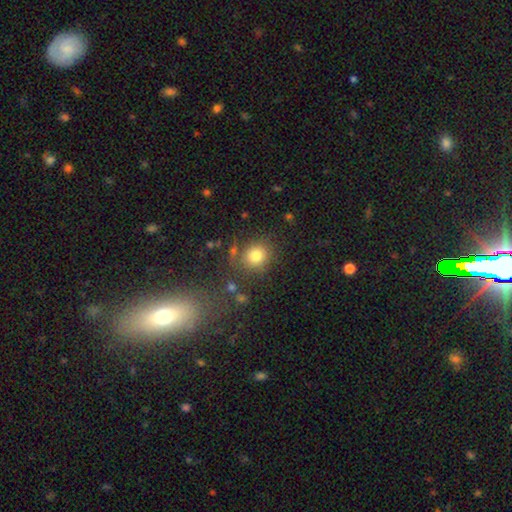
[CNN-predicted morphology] smooth_or_featured: smooth (p=0.80) [alt: star or artifact p=0.12]
how_rounded: round (p=0.80) [alt: in between p=0.19]
merging: none (p=0.75) [alt: minor disturbance p=0.13]